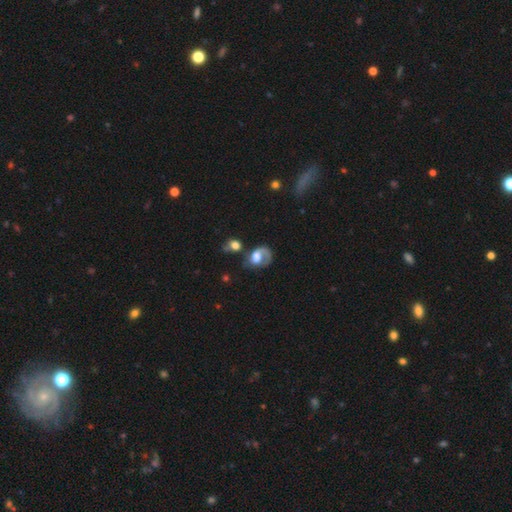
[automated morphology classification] The model was most divided on "merging": none: 37%, major disturbance: 29%, minor disturbance: 19%, merger: 15%. Remaining: edge-on disk — no (97%); spiral arms — yes (78%); bar — no (68%); smooth or featured — featured or disk (57%); bulge size — large (45%).